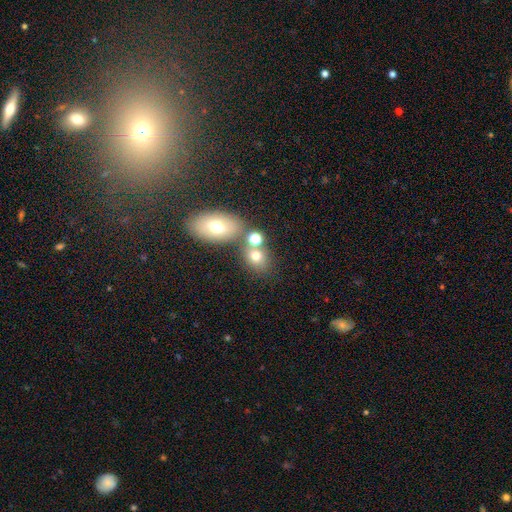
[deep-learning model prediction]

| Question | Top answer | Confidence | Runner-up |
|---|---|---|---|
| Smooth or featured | smooth | 70% | featured or disk (15%) |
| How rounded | round | 51% | in between (47%) |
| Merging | none | 54% | merger (30%) |